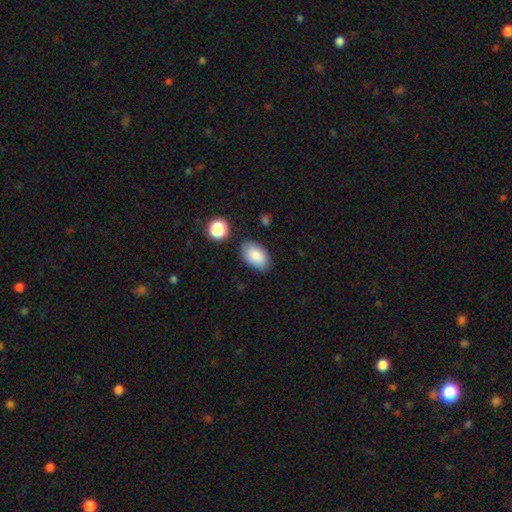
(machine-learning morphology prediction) type=smooth (86%); roundness=in between (93%); merging=none (84%).